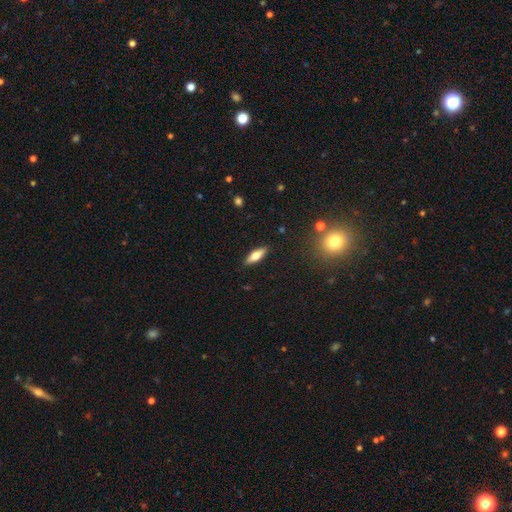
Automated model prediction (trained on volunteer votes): This is possibly a smooth galaxy (55%). How rounded: possibly in between (49%, tied with cigar-shaped). Merging: clearly none (89%).